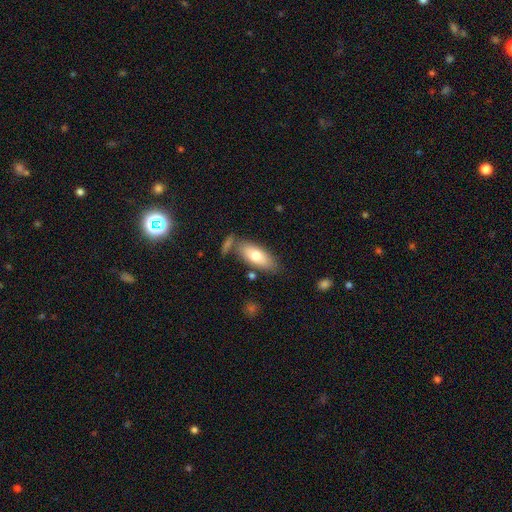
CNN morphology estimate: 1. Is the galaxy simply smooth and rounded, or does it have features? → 72% smooth, 22% featured or disk, 6% star or artifact.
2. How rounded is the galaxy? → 81% in between, 17% cigar-shaped, 2% round.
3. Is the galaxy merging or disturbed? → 69% none, 15% minor disturbance, 11% merger, 4% major disturbance.